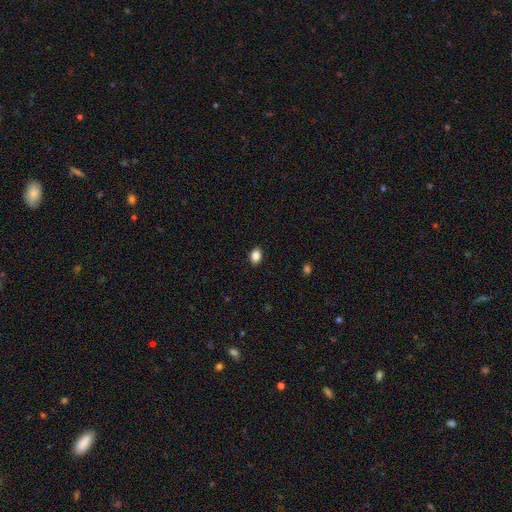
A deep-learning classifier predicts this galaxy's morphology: Smooth or featured?
  - smooth: 87% *
  - star or artifact: 9%
  - featured or disk: 4%
How rounded?
  - in between: 72% *
  - round: 27%
  - cigar-shaped: 1%
Merging?
  - none: 89% *
  - minor disturbance: 8%
  - major disturbance: 2%
  - merger: 1%